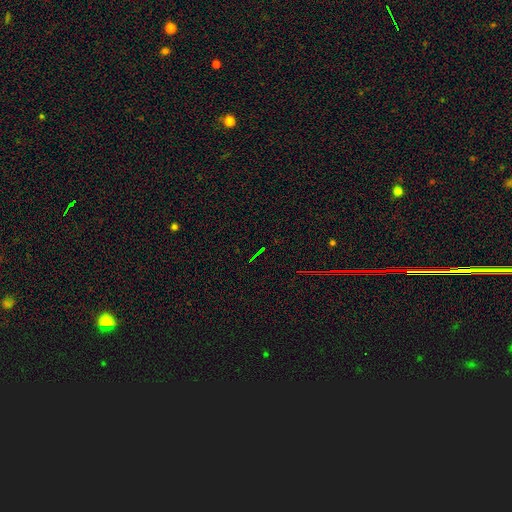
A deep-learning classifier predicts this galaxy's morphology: Smooth or featured: star or artifact — 77% (smooth — 12%)